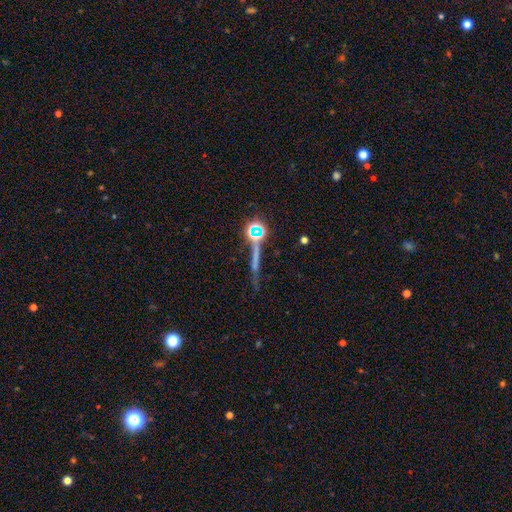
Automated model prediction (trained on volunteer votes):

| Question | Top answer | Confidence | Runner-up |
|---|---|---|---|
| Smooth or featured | star or artifact | 42% | featured or disk (31%) |